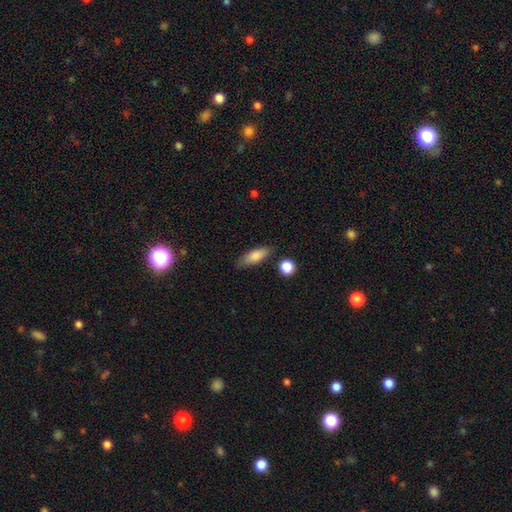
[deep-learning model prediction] smooth_or_featured: smooth (p=0.81) [alt: featured or disk p=0.12]
how_rounded: in between (p=0.65) [alt: cigar-shaped p=0.32]
merging: none (p=0.77) [alt: minor disturbance p=0.16]